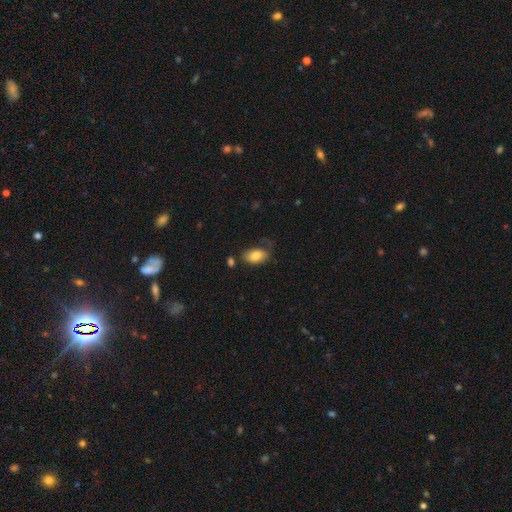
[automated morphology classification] smooth_or_featured: smooth (p=0.81) [alt: featured or disk p=0.11]
how_rounded: in between (p=0.91) [alt: round p=0.07]
merging: none (p=0.59) [alt: minor disturbance p=0.25]